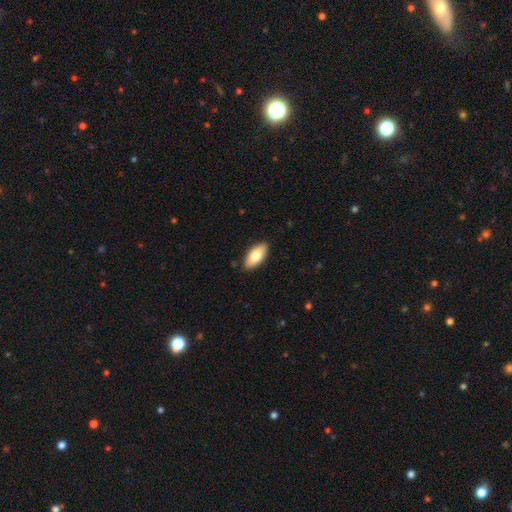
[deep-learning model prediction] Smooth or featured? smooth (77%)
How rounded? in between (89%)
Merging? none (88%)